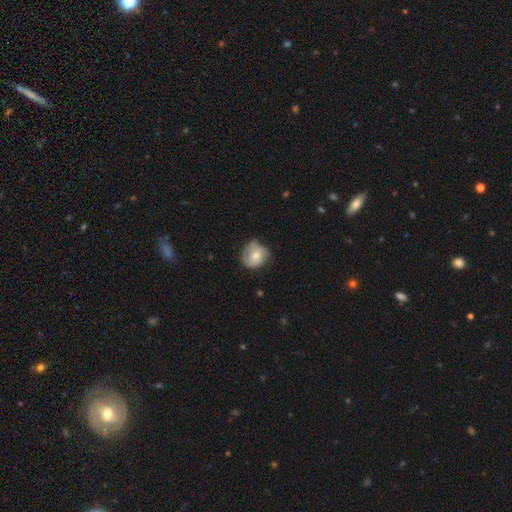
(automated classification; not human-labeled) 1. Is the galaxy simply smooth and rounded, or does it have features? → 52% smooth, 41% featured or disk, 7% star or artifact.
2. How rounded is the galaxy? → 78% round, 21% in between, 1% cigar-shaped.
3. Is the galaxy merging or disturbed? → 54% none, 32% minor disturbance, 12% major disturbance, 2% merger.